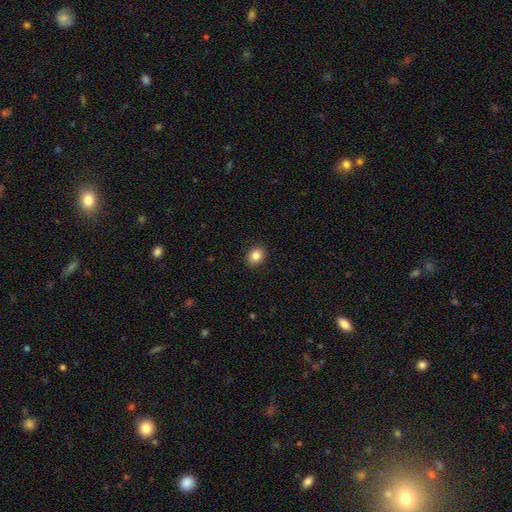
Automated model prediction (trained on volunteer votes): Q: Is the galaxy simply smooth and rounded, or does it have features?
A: smooth — 86%.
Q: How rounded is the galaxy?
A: round — 51%.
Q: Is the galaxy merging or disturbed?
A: none — 91%.